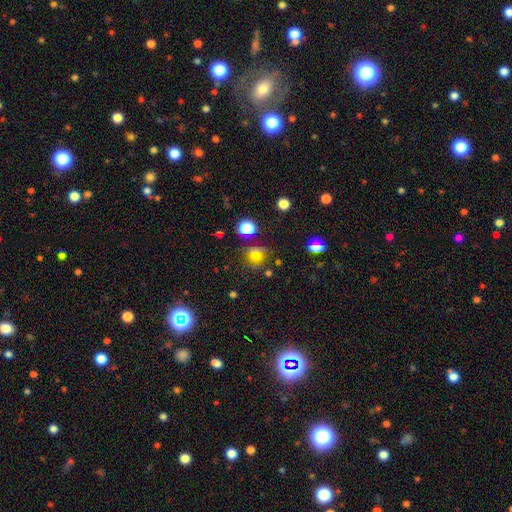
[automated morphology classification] type=smooth (55%); roundness=round (83%); merging=none (65%).